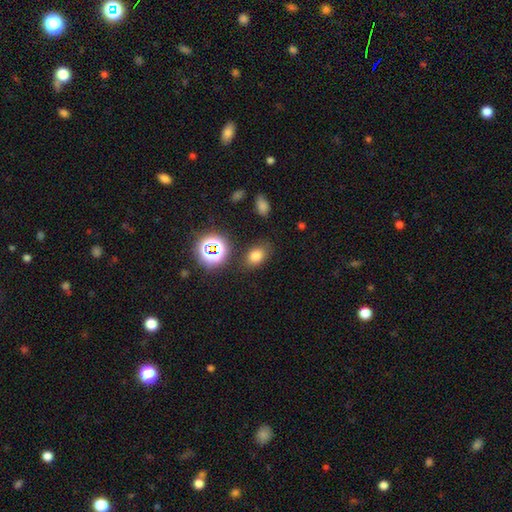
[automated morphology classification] Smooth or featured: smooth — 74% (star or artifact — 19%)
How rounded: in between — 74% (round — 25%)
Merging: none — 79% (minor disturbance — 13%)